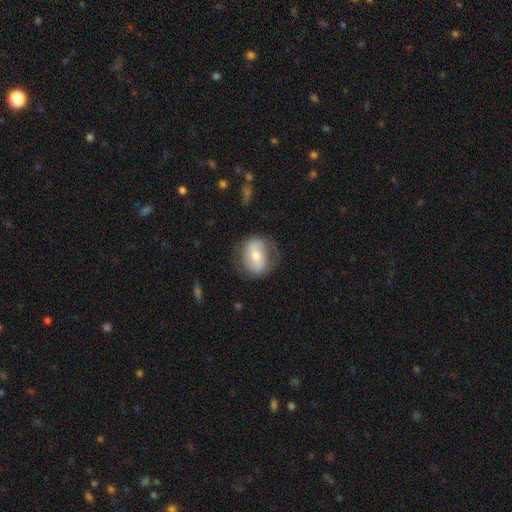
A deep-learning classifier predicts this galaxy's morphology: A smooth galaxy with no disk features (51%) that is in between round and cigar-shaped (58%). Merging: none (66%).